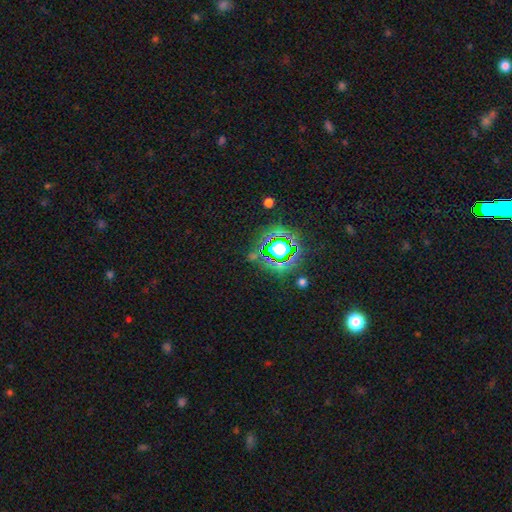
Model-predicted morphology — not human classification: Smooth or featured? Predicted: star or artifact (p=0.76).